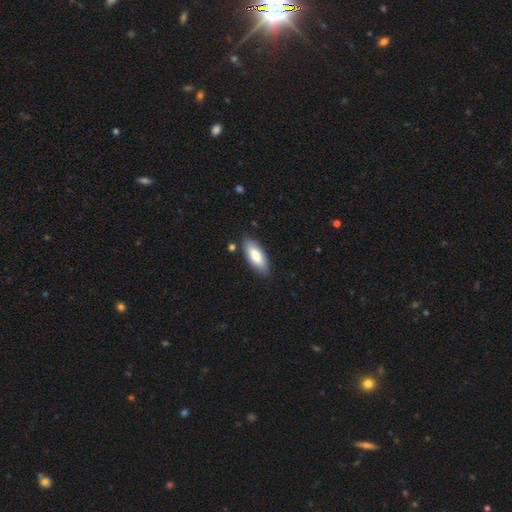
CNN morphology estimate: Smooth or featured: smooth — 82% (featured or disk — 13%)
How rounded: in between — 79% (cigar-shaped — 19%)
Merging: none — 84% (minor disturbance — 11%)